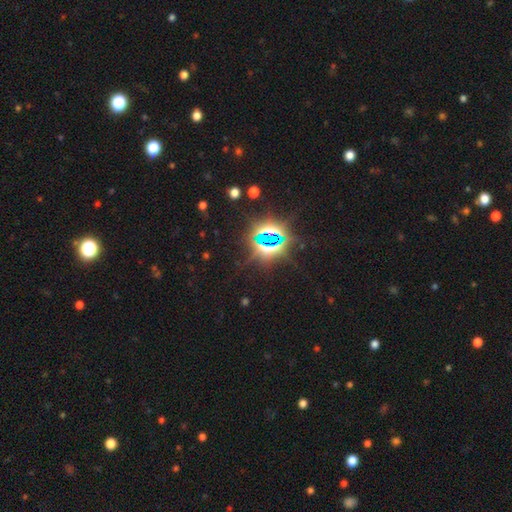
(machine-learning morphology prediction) type=star or artifact (82%).